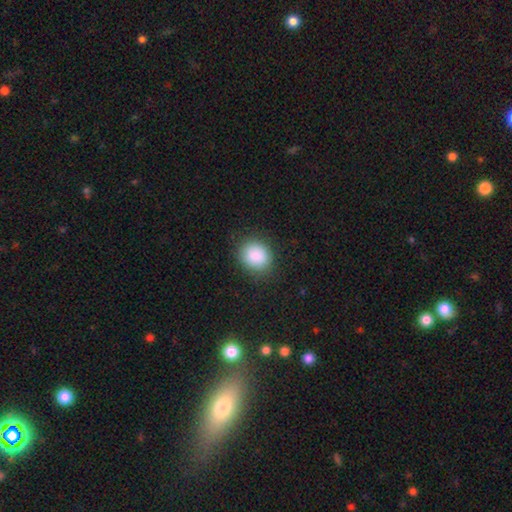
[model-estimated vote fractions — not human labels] Overall: smooth (87%). How rounded: round (69%; in between 30%). Merging: none (86%).